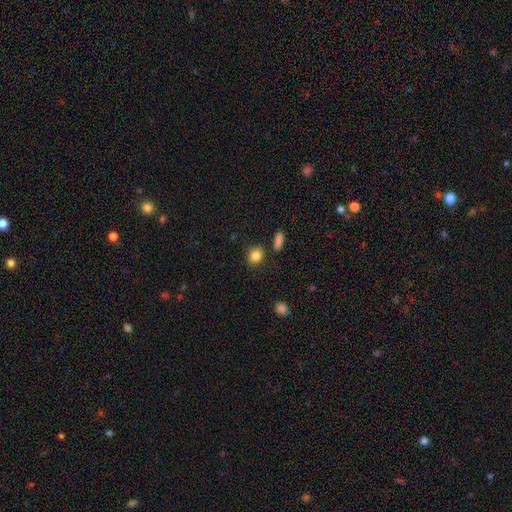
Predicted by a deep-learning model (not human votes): smooth 86%, star or artifact 9%, featured or disk 5%. Down the decision tree: how rounded — round (75%); merging — none (83%).